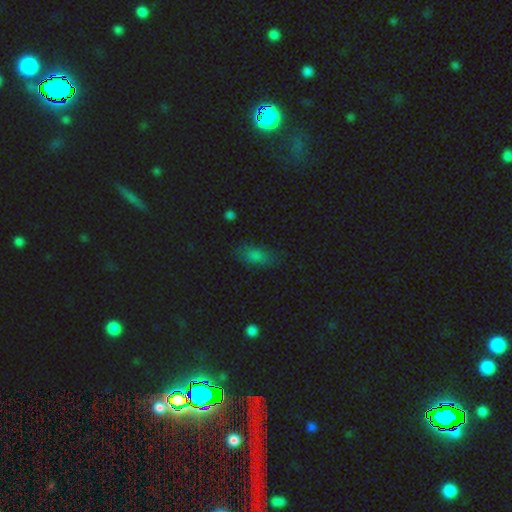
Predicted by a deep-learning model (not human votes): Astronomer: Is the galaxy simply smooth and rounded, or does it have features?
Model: smooth — 76%.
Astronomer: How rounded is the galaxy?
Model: in between — 83%.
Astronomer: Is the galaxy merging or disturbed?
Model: none — 78%.